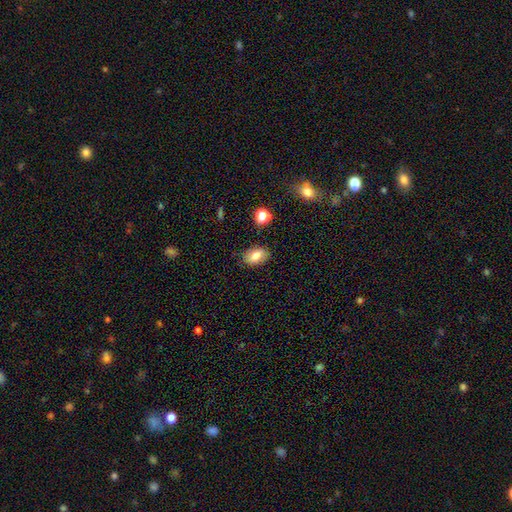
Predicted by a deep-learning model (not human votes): Overall: smooth (78%). How rounded: in between (86%). Merging: none (83%).